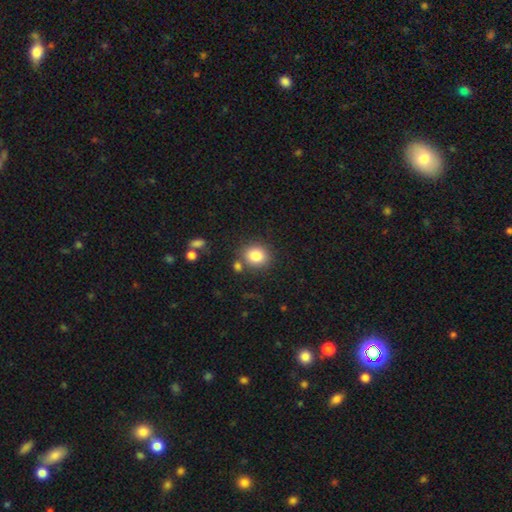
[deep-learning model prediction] Q: Smooth or featured?
A: smooth (83%); runner-up: star or artifact (10%)
Q: How rounded?
A: round (76%); runner-up: in between (23%)
Q: Merging?
A: none (77%); runner-up: minor disturbance (10%)